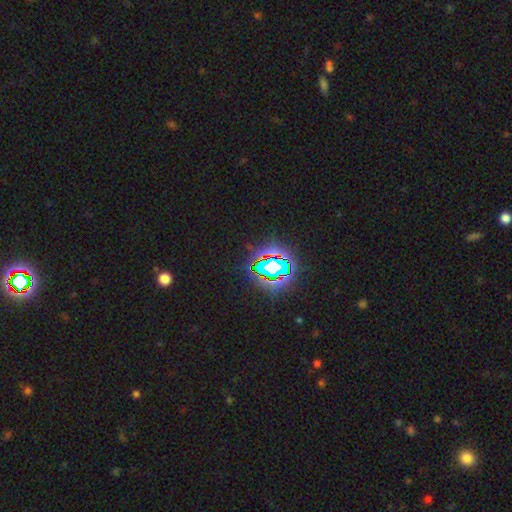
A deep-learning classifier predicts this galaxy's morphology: type=star or artifact (83%).